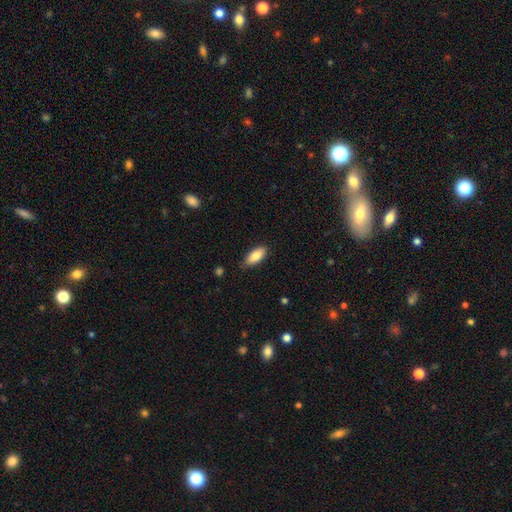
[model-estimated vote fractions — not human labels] smooth-or-featured: smooth: 84% | featured or disk: 9% | star or artifact: 7%
  how-rounded: in between: 85% | cigar-shaped: 13% | round: 2%
  merging: none: 80% | minor disturbance: 17% | major disturbance: 3% | merger: 1%